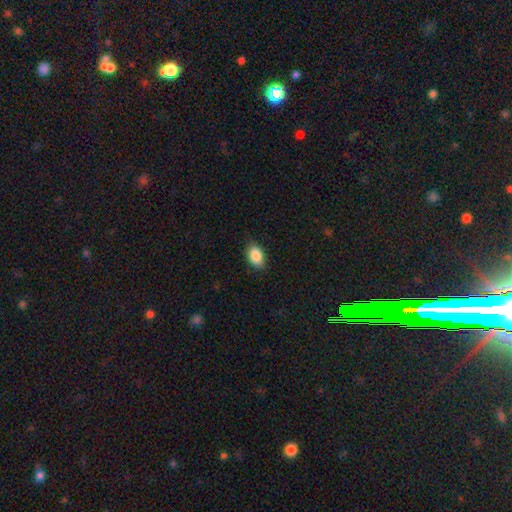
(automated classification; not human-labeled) The model was most divided on "merging": none: 84%, minor disturbance: 13%, major disturbance: 2%, merger: 1%. More confident: how rounded — in between (89%); smooth or featured — smooth (88%).